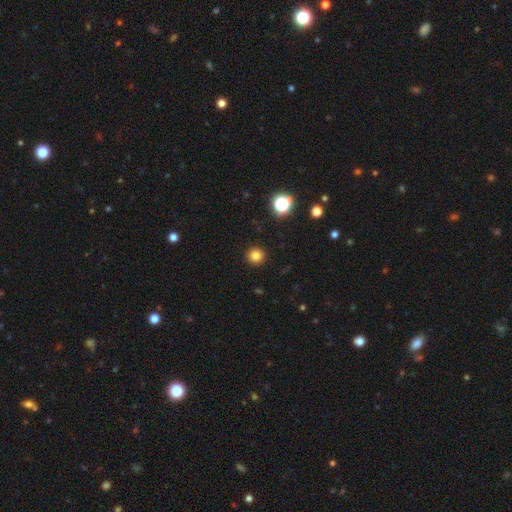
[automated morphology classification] A smooth galaxy with no disk features (82%) that is round (95%).

Vote fractions:
- Smooth or featured? smooth: 82% / star or artifact: 14% / featured or disk: 5%
- How rounded? round: 95% / in between: 4% / cigar-shaped: 1%
- Merging? none: 93% / minor disturbance: 4% / major disturbance: 2% / merger: 1%